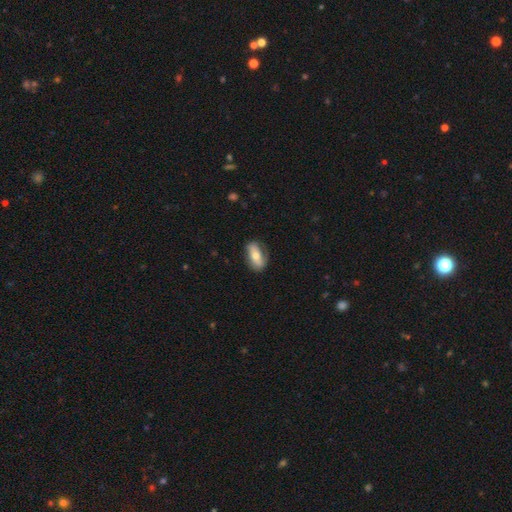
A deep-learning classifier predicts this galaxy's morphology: type=smooth (58%); roundness=in between (83%); merging=none (75%).